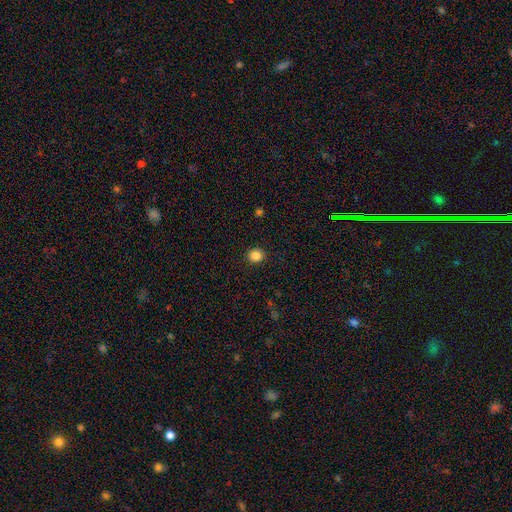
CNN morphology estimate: This is clearly a smooth galaxy (85%). How rounded: clearly round (90%). Merging: clearly none (92%).